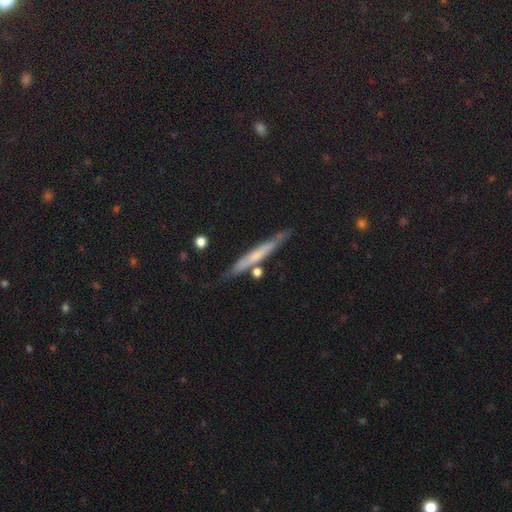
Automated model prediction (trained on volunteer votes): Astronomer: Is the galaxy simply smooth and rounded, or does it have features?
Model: featured or disk — 47% (runner-up: smooth, 45%).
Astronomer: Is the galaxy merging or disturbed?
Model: none — 79%.